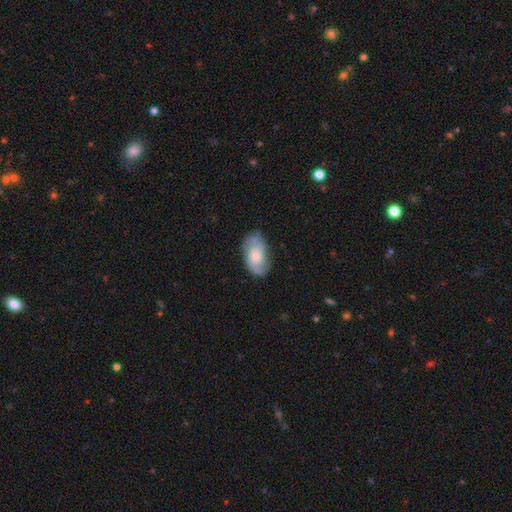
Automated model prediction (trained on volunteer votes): Smooth or featured? Predicted: featured or disk (p=0.68). Edge-on disk? Predicted: no (p=0.96). Bar? Predicted: no (p=0.70). Spiral arms? Predicted: yes (p=0.89). Spiral winding? Predicted: medium (p=0.45). Spiral arm count? Predicted: 2 (p=0.69). Bulge size? Predicted: moderate (p=0.46). Merging? Predicted: none (p=0.70).